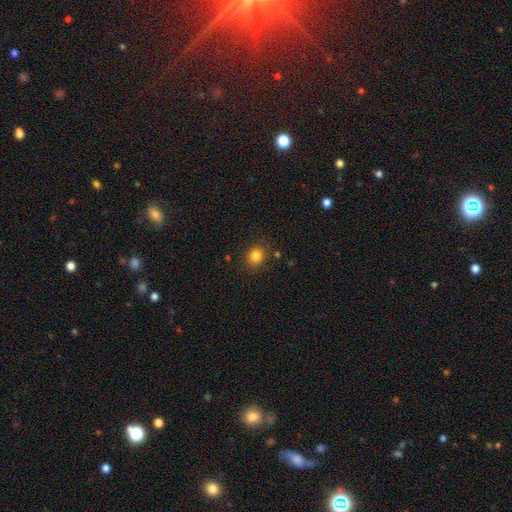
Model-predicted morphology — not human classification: type=smooth (83%); roundness=round (70%); merging=none (85%).